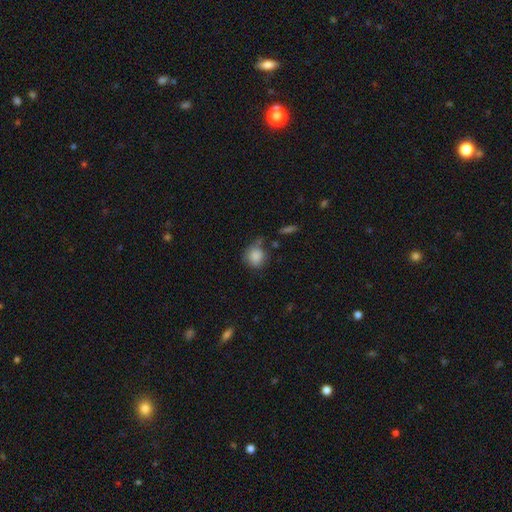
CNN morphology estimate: smooth 85%, star or artifact 9%, featured or disk 6%. Down the decision tree: how rounded — round (80%); merging — none (58%).